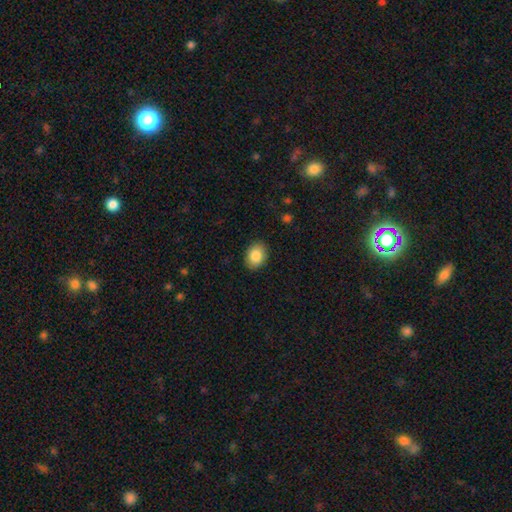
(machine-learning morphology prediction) This appears to be a smooth galaxy with no disk features (86%) that is in between round and cigar-shaped (71%). Merging: none (88%).